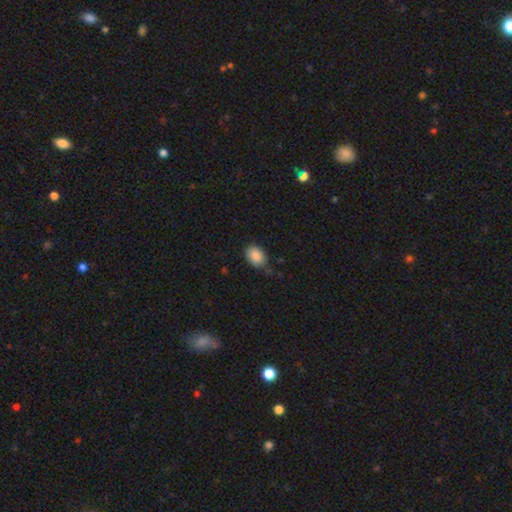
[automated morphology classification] This is clearly a smooth galaxy (88%). How rounded: likely in between (66%). Merging: likely none (69%).